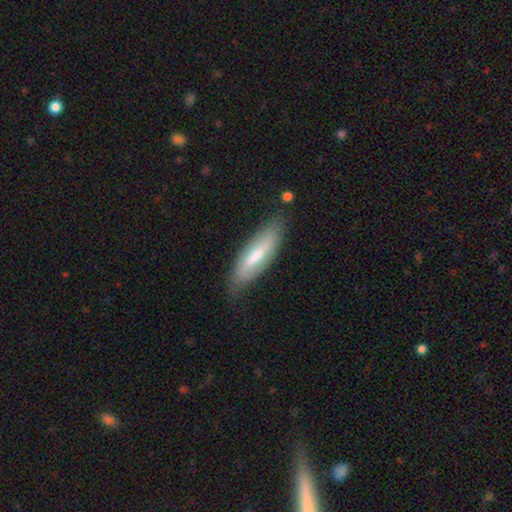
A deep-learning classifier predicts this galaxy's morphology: Smooth or featured? smooth (56%)
How rounded? cigar-shaped (58%)
Merging? none (76%)